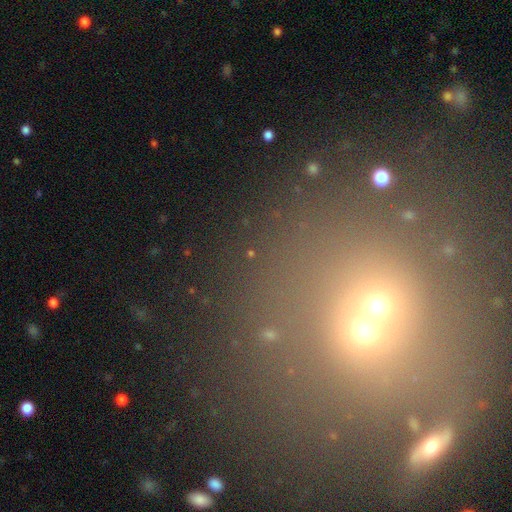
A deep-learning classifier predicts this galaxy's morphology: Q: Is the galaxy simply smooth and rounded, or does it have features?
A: star or artifact — 48%.